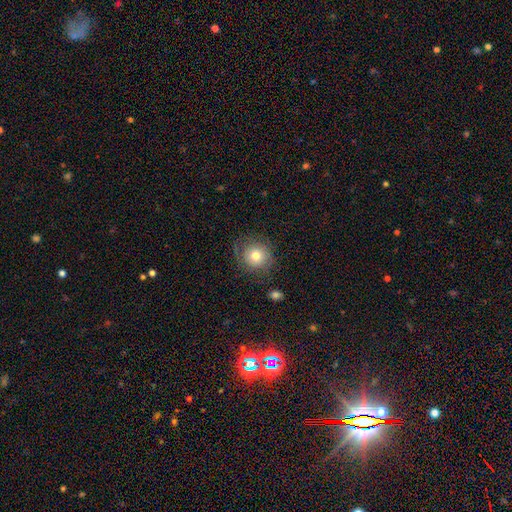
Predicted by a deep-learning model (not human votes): Morphology: type=smooth (72%); roundness=round (89%); merging=none (74%).